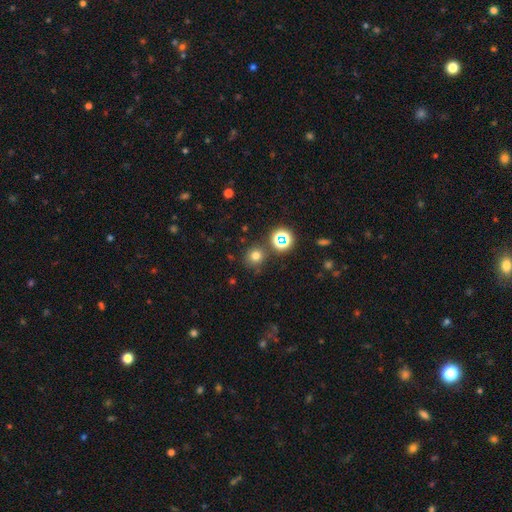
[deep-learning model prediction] Smooth or featured? Predicted: smooth (p=0.70). How rounded? Predicted: round (p=0.88). Merging? Predicted: none (p=0.81).